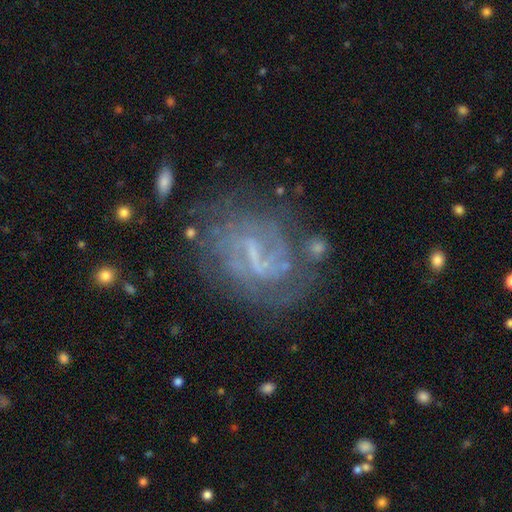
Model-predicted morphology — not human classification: Smooth or featured: featured or disk — 82% (smooth — 9%)
Edge-on disk: no — 97% (yes — 3%)
Bar: weak — 50% (strong — 32%)
Spiral arms: yes — 90% (no — 10%)
Spiral winding: tight — 45% (medium — 39%)
Spiral arm count: 2 — 47% (can't tell — 29%)
Bulge size: small — 44% (none — 41%)
Merging: none — 65% (minor disturbance — 17%)